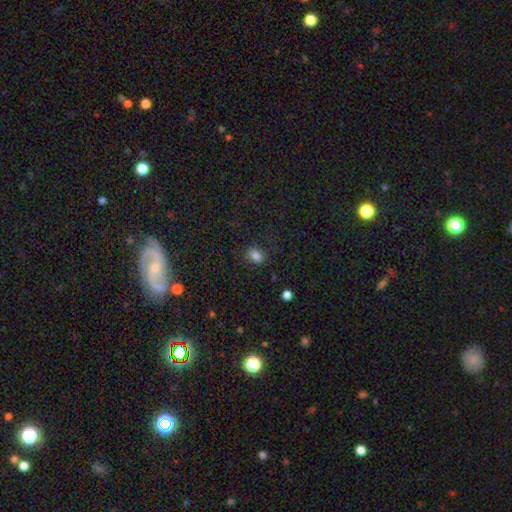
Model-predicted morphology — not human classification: smooth_or_featured: smooth (p=0.81) [alt: star or artifact p=0.14]
how_rounded: in between (p=0.64) [alt: round p=0.35]
merging: none (p=0.77) [alt: minor disturbance p=0.15]